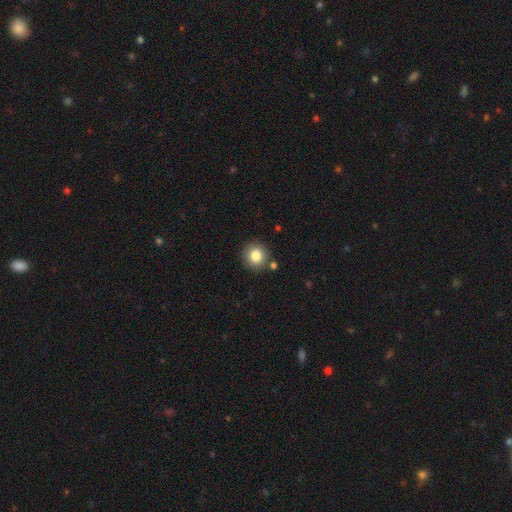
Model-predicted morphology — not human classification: A smooth galaxy with no disk features (81%) that is round (92%).

Vote fractions:
- Smooth or featured? smooth: 81% / star or artifact: 11% / featured or disk: 8%
- How rounded? round: 92% / in between: 7% / cigar-shaped: 1%
- Merging? none: 86% / minor disturbance: 7% / merger: 5% / major disturbance: 2%